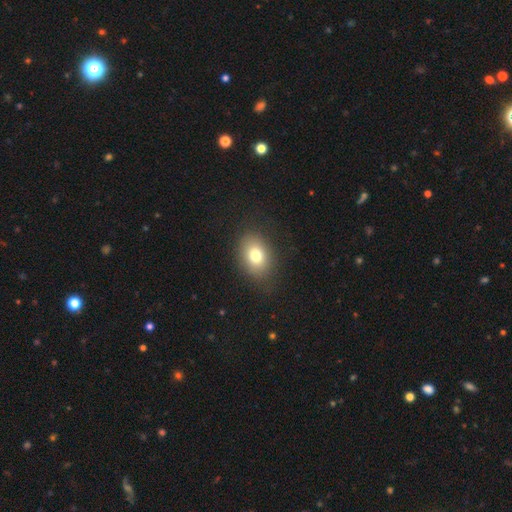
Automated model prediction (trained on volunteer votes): Smooth or featured: smooth — 77% (featured or disk — 12%)
How rounded: in between — 67% (round — 32%)
Merging: none — 83% (minor disturbance — 11%)